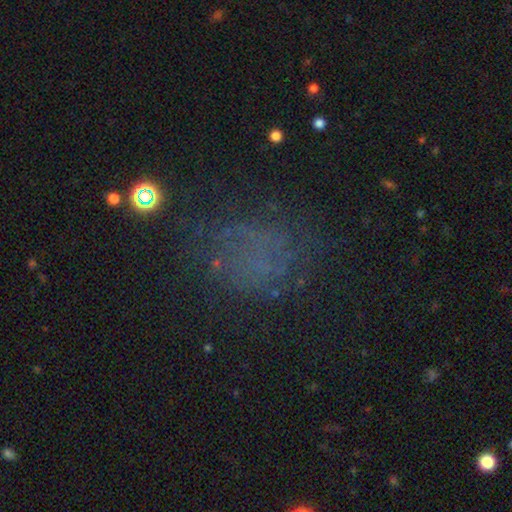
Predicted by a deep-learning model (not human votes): This is marginally a smooth galaxy (43%). Merging: likely none (63%).